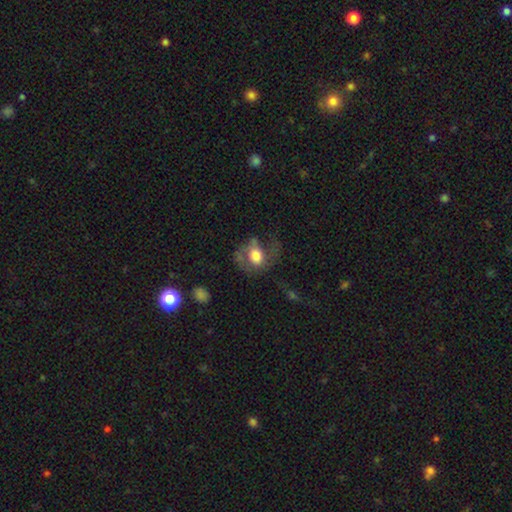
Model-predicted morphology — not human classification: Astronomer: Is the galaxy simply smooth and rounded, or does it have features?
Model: smooth — 52% (runner-up: featured or disk, 40%).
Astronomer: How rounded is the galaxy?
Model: in between — 50% (runner-up: round, 48%).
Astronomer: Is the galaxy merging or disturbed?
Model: major disturbance — 40% (runner-up: none, 35%).